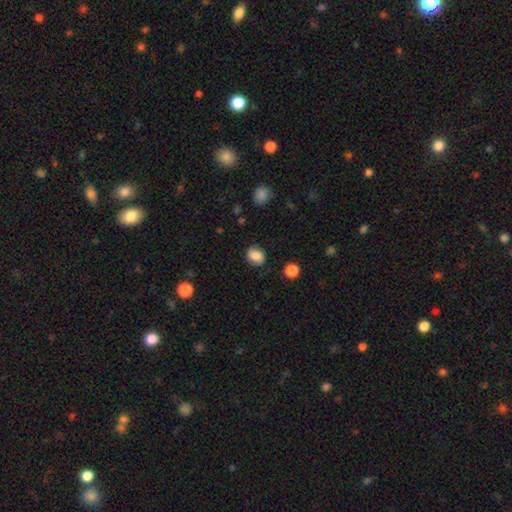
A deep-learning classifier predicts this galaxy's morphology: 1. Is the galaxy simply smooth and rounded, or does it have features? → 81% smooth, 10% featured or disk, 9% star or artifact.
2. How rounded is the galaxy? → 52% round, 47% in between, 1% cigar-shaped.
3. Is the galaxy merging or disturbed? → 82% none, 13% minor disturbance, 4% major disturbance, 1% merger.